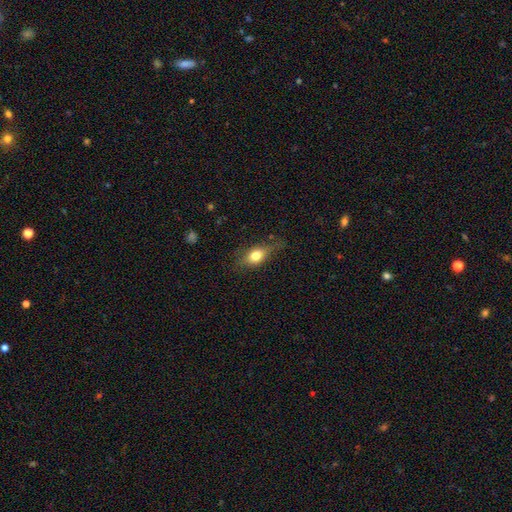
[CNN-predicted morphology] Smooth or featured? Predicted: smooth (p=0.75). How rounded? Predicted: in between (p=0.74). Merging? Predicted: none (p=0.61).